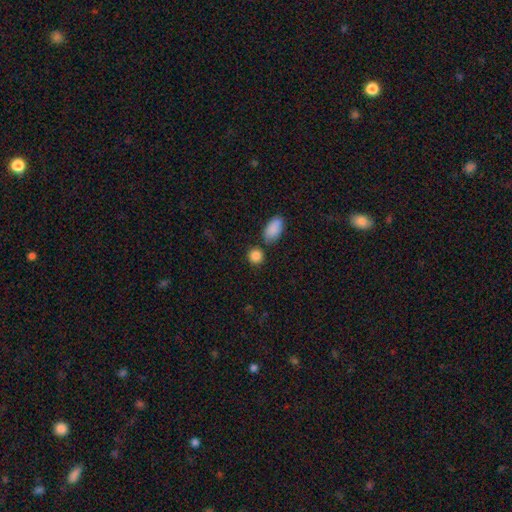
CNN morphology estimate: The model was most divided on "merging": none: 73%, merger: 13%, minor disturbance: 11%, major disturbance: 3%. More confident: smooth or featured — smooth (87%); how rounded — round (80%).